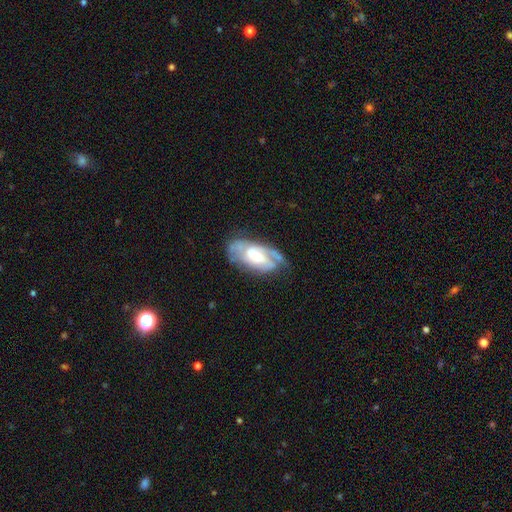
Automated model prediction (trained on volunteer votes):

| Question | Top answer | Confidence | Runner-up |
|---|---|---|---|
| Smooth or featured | featured or disk | 77% | smooth (17%) |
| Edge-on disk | no | 95% | yes (5%) |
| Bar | weak | 44% | no (40%) |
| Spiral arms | yes | 89% | no (11%) |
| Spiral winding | tight | 45% | medium (42%) |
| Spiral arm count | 2 | 51% | can't tell (24%) |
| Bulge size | moderate | 47% | small (30%) |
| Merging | none | 56% | minor disturbance (26%) |